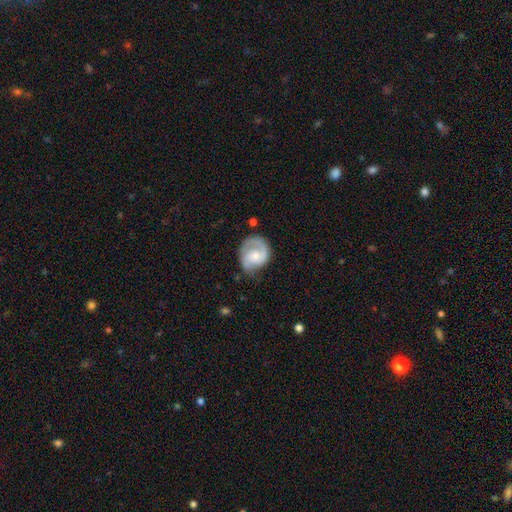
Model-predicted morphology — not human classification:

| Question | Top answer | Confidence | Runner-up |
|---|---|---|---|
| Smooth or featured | featured or disk | 72% | smooth (22%) |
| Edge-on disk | no | 98% | yes (2%) |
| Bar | no | 65% | weak (30%) |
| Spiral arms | yes | 92% | no (8%) |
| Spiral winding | medium | 43% | tight (40%) |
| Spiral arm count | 2 | 66% | 1 (20%) |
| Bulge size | small | 47% | moderate (43%) |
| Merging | none | 60% | minor disturbance (26%) |